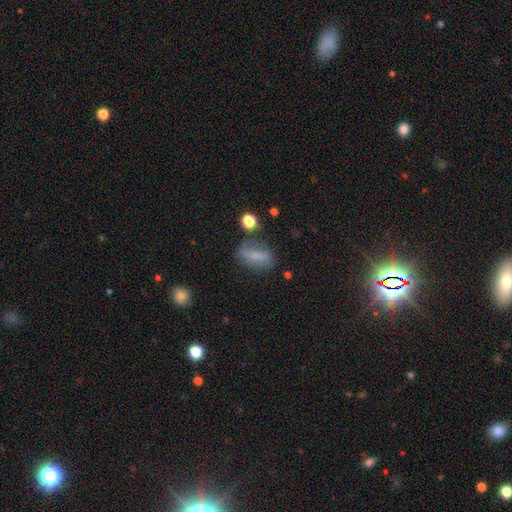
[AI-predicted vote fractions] This appears to be a smooth galaxy with no disk features (60%) that is in between round and cigar-shaped (72%). Merging: none (65%).